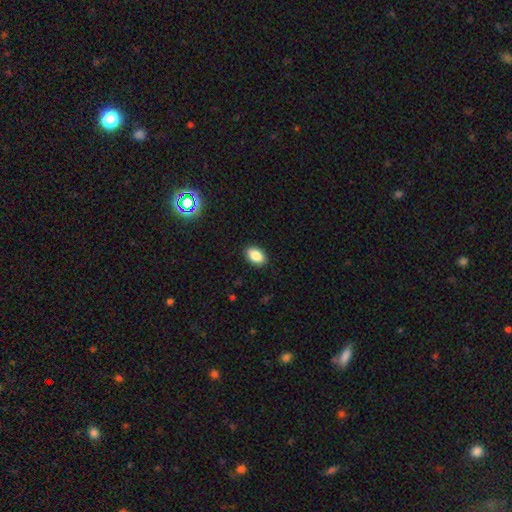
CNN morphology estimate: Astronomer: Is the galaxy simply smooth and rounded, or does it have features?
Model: smooth — 85%.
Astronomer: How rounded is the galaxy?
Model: in between — 89%.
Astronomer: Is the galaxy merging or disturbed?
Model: none — 90%.